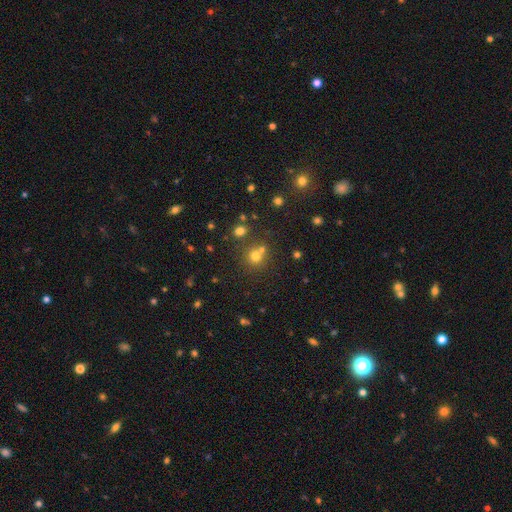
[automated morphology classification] type=smooth (51%); roundness=round (85%); merging=none (71%).